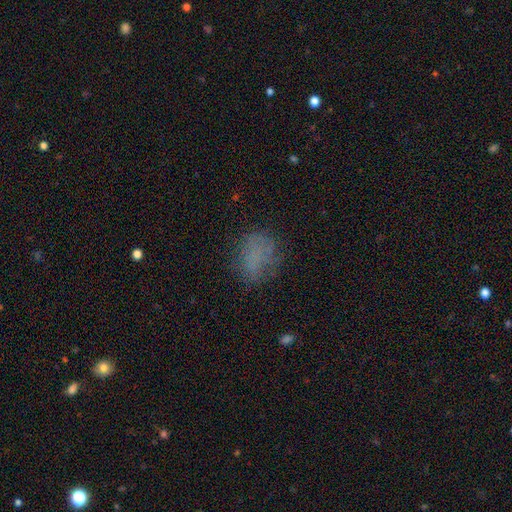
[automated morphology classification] A smooth galaxy with no disk features (62%) that is in between round and cigar-shaped (55%).

Vote fractions:
- Smooth or featured? smooth: 62% / featured or disk: 21% / star or artifact: 18%
- How rounded? in between: 55% / round: 43% / cigar-shaped: 2%
- Merging? none: 62% / minor disturbance: 21% / major disturbance: 15% / merger: 2%